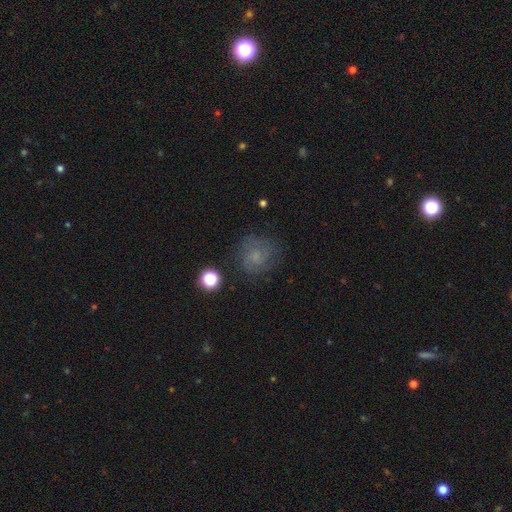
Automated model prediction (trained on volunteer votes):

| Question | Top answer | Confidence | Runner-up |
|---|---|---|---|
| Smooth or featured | smooth | 51% | featured or disk (32%) |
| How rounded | round | 82% | in between (17%) |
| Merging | none | 71% | minor disturbance (17%) |